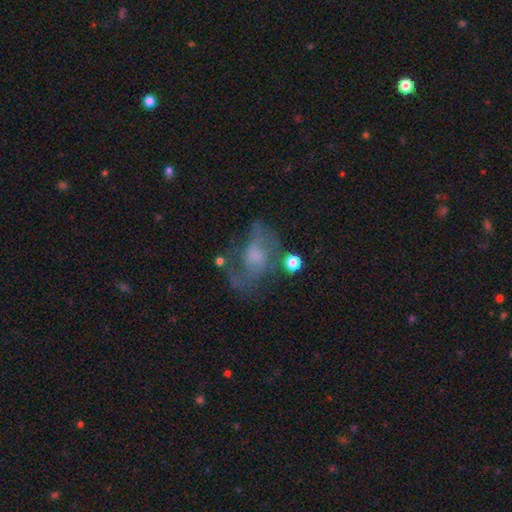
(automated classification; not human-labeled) Smooth or featured? Predicted: featured or disk (p=0.60). Edge-on disk? Predicted: no (p=0.96). Bar? Predicted: no (p=0.68). Spiral arms? Predicted: yes (p=0.63). Bulge size? Predicted: none (p=0.38). Merging? Predicted: none (p=0.45).